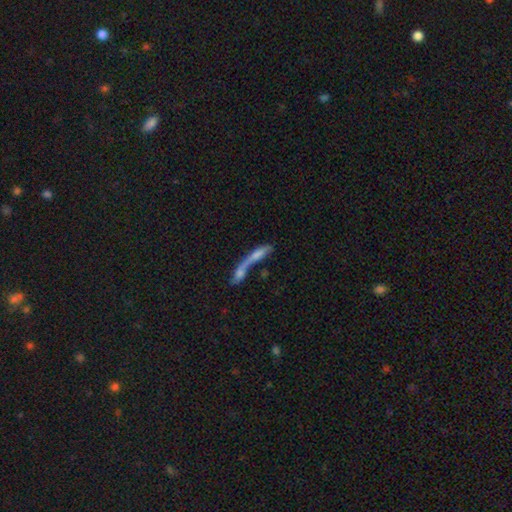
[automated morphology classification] A smooth galaxy with no disk features (54%) that is cigar-shaped (68%).

Vote fractions:
- Smooth or featured? smooth: 54% / featured or disk: 35% / star or artifact: 11%
- How rounded? cigar-shaped: 68% / in between: 27% / round: 4%
- Merging? merger: 70% / none: 14% / major disturbance: 10% / minor disturbance: 6%